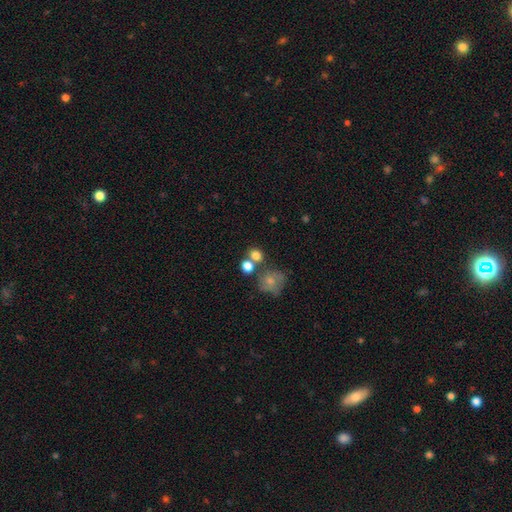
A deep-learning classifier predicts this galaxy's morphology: smooth-or-featured: smooth: 78% | star or artifact: 12% | featured or disk: 10%
  how-rounded: round: 69% | in between: 30% | cigar-shaped: 1%
  merging: none: 51% | merger: 33% | minor disturbance: 11% | major disturbance: 5%